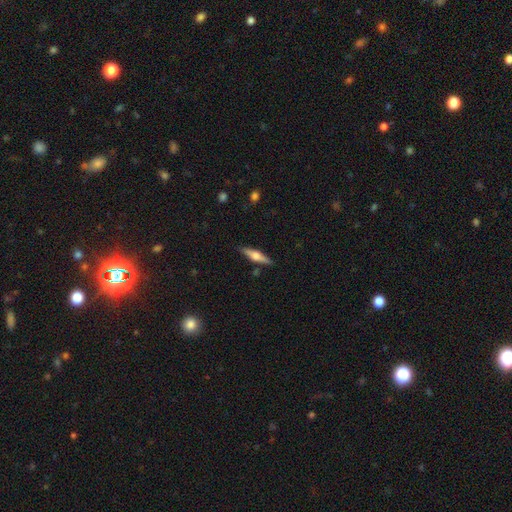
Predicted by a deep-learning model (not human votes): Smooth or featured? Predicted: featured or disk (p=0.57). Edge-on disk? Predicted: yes (p=0.95). Edge-on bulge? Predicted: rounded (p=0.90). Merging? Predicted: none (p=0.87).